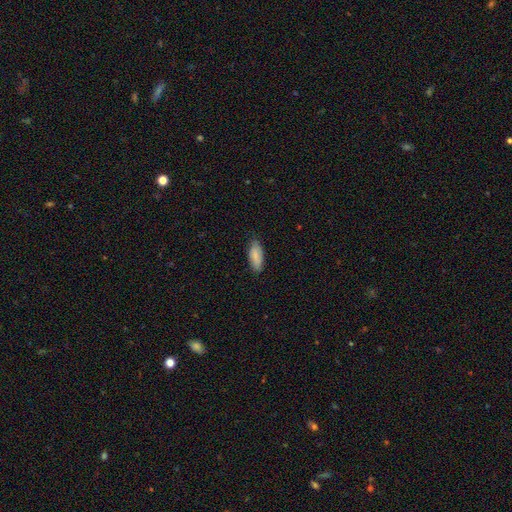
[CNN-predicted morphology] Overall: smooth (83%). How rounded: in between (80%). Merging: none (77%).